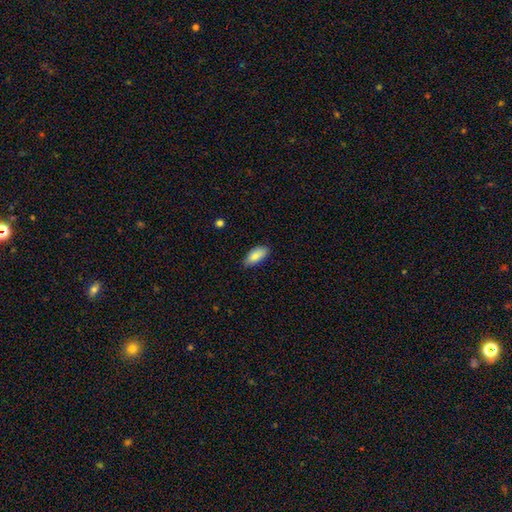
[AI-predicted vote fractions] This is clearly a smooth galaxy (86%). How rounded: clearly in between (90%). Merging: clearly none (81%).